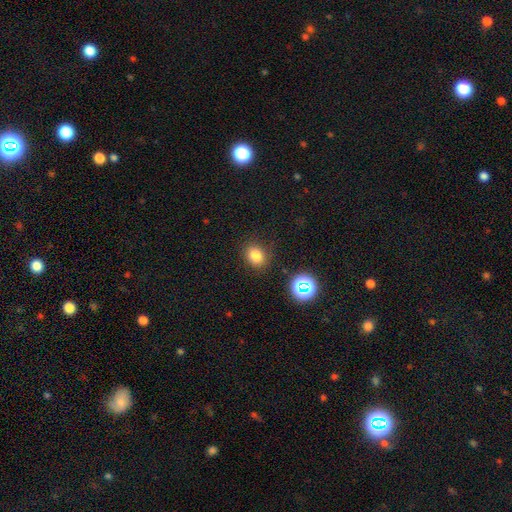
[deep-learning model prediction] Smooth or featured: smooth — 79% (star or artifact — 15%)
How rounded: round — 61% (in between — 38%)
Merging: none — 84% (minor disturbance — 11%)